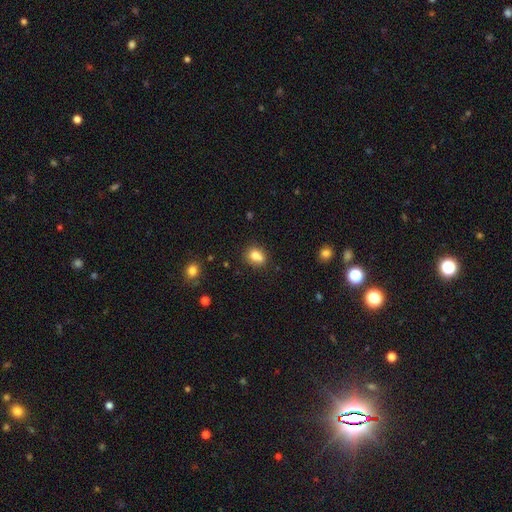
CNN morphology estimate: Smooth or featured? smooth (78%)
How rounded? round (56%)
Merging? none (50%)